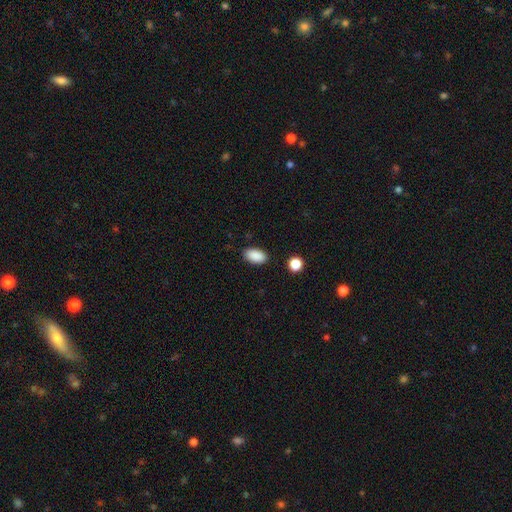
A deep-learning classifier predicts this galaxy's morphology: Smooth or featured? Predicted: smooth (p=0.89). How rounded? Predicted: in between (p=0.93). Merging? Predicted: none (p=0.86).